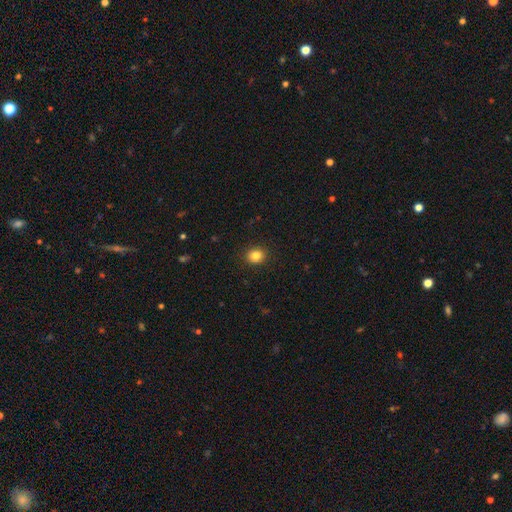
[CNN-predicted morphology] Smooth or featured? Predicted: smooth (p=0.84). How rounded? Predicted: round (p=0.67). Merging? Predicted: none (p=0.91).